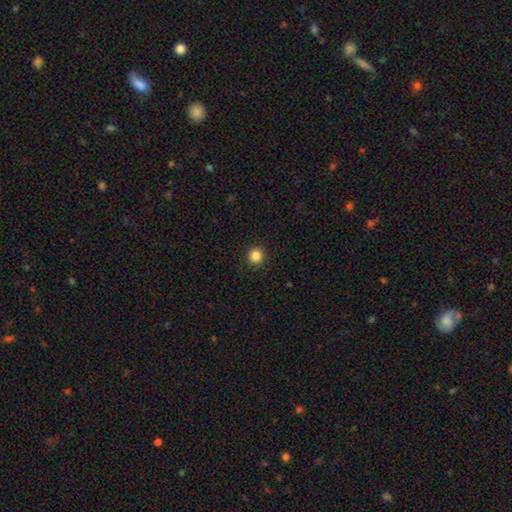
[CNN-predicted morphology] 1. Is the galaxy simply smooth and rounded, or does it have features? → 85% smooth, 12% star or artifact, 4% featured or disk.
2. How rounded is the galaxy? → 95% round, 4% in between, 1% cigar-shaped.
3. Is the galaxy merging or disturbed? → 93% none, 4% minor disturbance, 2% major disturbance, 1% merger.